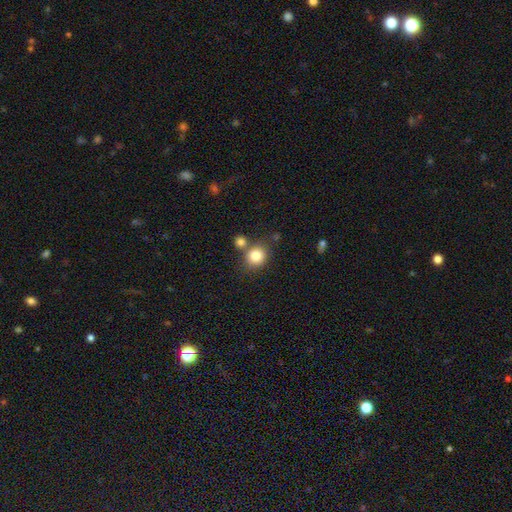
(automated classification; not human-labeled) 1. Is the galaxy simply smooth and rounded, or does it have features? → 83% smooth, 10% star or artifact, 7% featured or disk.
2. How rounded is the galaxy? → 81% round, 18% in between, 1% cigar-shaped.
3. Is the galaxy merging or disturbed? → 62% none, 23% merger, 11% minor disturbance, 4% major disturbance.